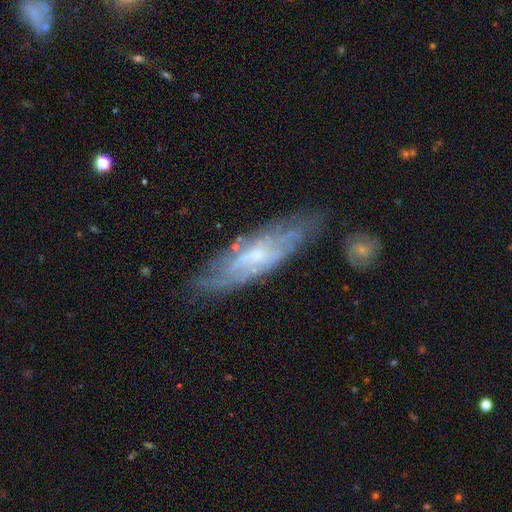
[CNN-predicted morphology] Overall: featured or disk (68%). Edge-on disk: no (64%; yes 36%). Merging: none (68%).